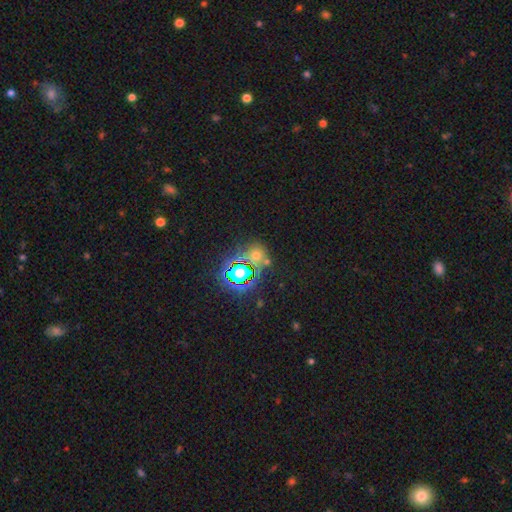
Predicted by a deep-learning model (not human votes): Smooth or featured?
  - star or artifact: 47% *
  - smooth: 44%
  - featured or disk: 9%